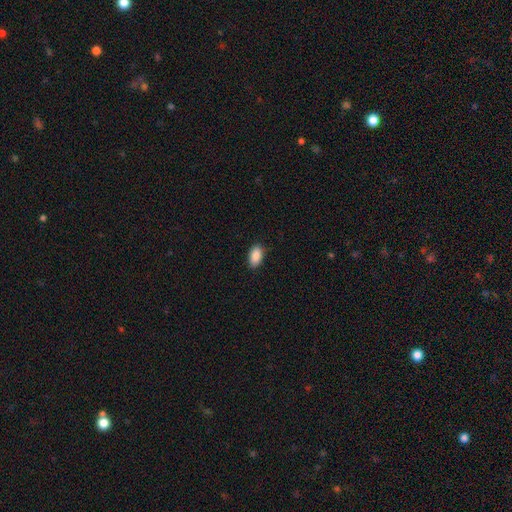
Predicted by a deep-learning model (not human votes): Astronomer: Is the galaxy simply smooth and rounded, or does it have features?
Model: smooth — 89%.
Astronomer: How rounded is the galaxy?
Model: in between — 93%.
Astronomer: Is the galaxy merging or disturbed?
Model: none — 87%.